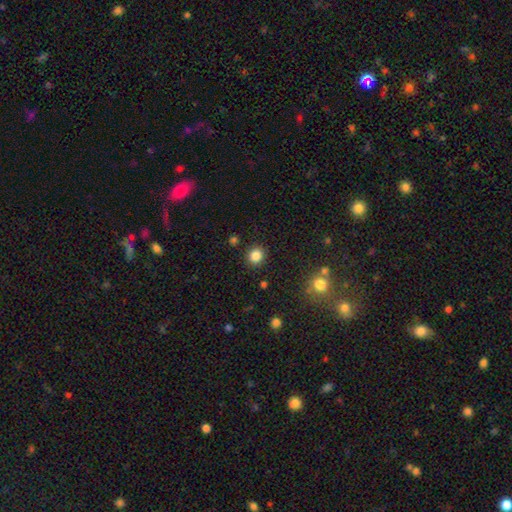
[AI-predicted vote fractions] Overall: smooth (84%). How rounded: round (87%). Merging: none (90%).